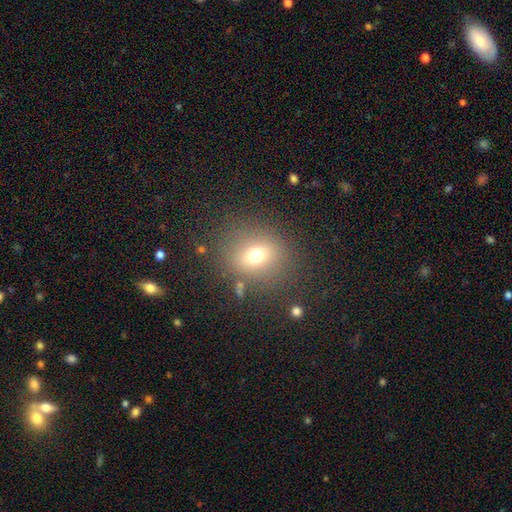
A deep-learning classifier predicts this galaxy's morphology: Smooth or featured: smooth — 68% (star or artifact — 18%)
How rounded: round — 71% (in between — 28%)
Merging: none — 79% (minor disturbance — 11%)